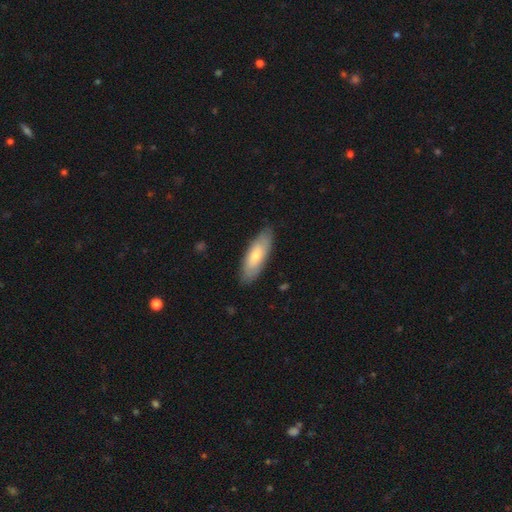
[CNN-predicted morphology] Smooth or featured: smooth — 64% (featured or disk — 31%)
How rounded: in between — 67% (cigar-shaped — 31%)
Merging: none — 84% (minor disturbance — 13%)